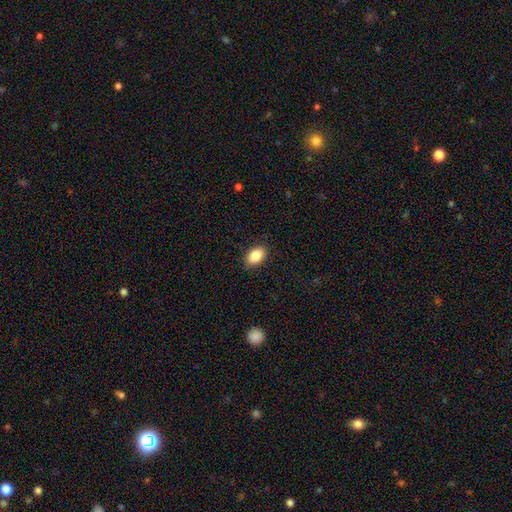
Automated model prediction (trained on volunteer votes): This appears to be a smooth galaxy with no disk features (87%) that is in between round and cigar-shaped (89%). Merging: none (87%).